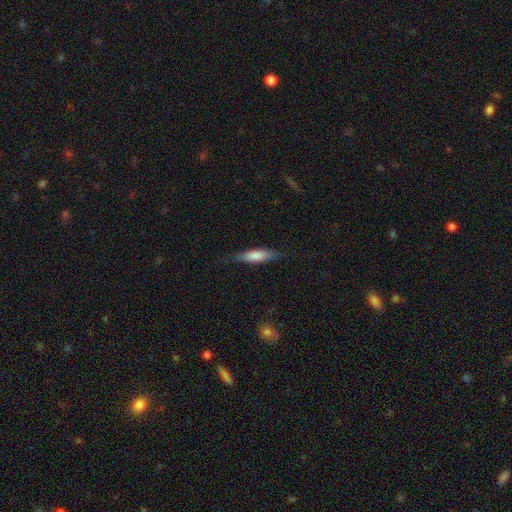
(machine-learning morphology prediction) Q: Smooth or featured?
A: smooth (72%); runner-up: featured or disk (22%)
Q: How rounded?
A: cigar-shaped (71%); runner-up: in between (27%)
Q: Merging?
A: none (77%); runner-up: minor disturbance (18%)